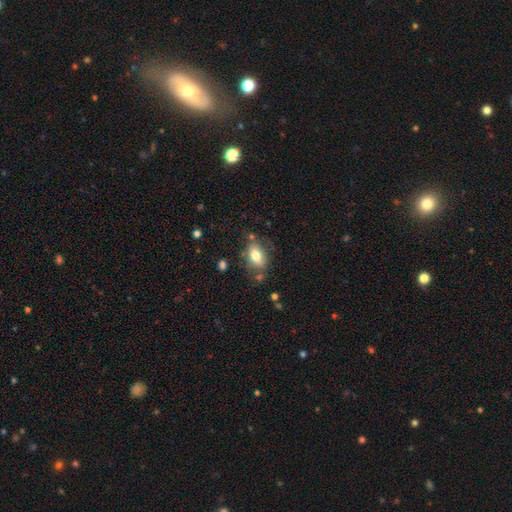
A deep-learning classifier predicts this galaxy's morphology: smooth-or-featured: smooth: 73% | featured or disk: 19% | star or artifact: 8%
  how-rounded: in between: 84% | round: 12% | cigar-shaped: 4%
  merging: none: 69% | minor disturbance: 18% | merger: 7% | major disturbance: 6%